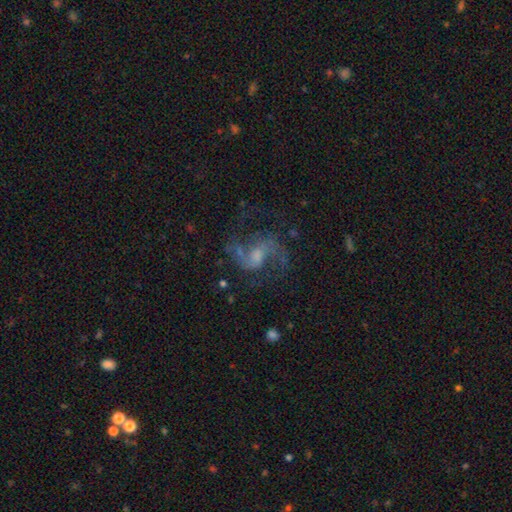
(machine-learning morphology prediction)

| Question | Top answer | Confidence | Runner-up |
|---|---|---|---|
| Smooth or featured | featured or disk | 84% | star or artifact (8%) |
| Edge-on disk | no | 98% | yes (2%) |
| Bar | weak | 51% | no (36%) |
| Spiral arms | yes | 95% | no (5%) |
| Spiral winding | medium | 50% | loose (42%) |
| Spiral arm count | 2 | 89% | can't tell (4%) |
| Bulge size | moderate | 39% | small (35%) |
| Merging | none | 63% | major disturbance (18%) |